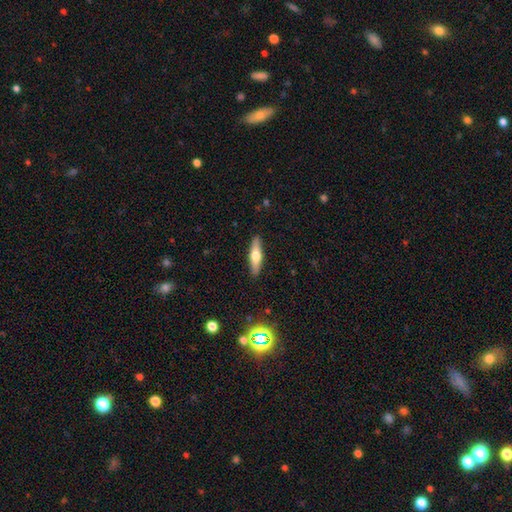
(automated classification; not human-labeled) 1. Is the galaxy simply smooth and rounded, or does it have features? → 48% smooth, 45% featured or disk, 6% star or artifact.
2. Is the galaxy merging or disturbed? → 90% none, 7% minor disturbance, 2% major disturbance, 1% merger.